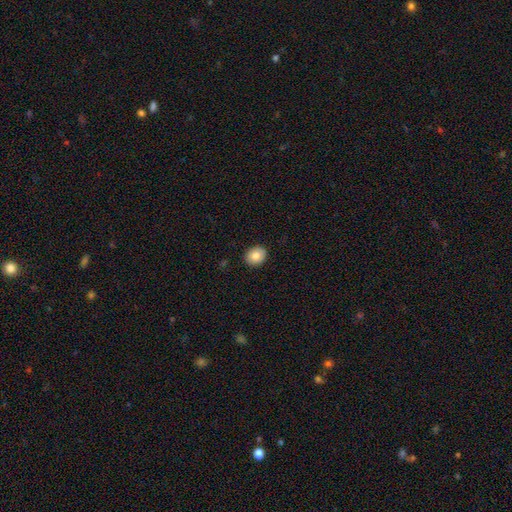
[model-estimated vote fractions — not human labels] smooth 81%, featured or disk 11%, star or artifact 8%. Down the decision tree: how rounded — round (64%); merging — none (90%).